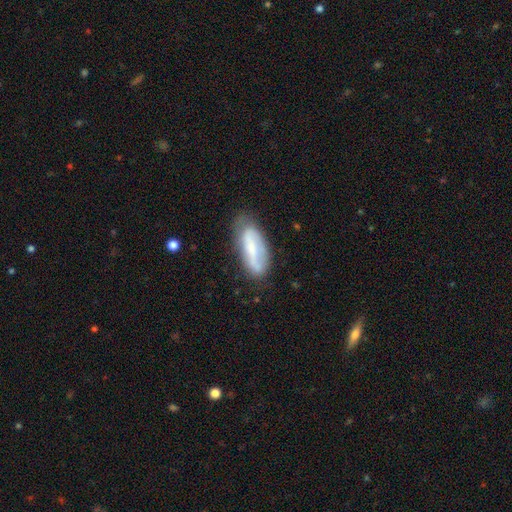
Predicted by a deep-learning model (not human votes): This appears to be a smooth galaxy with no disk features (54%) that is in between round and cigar-shaped (69%). Merging: none (61%).